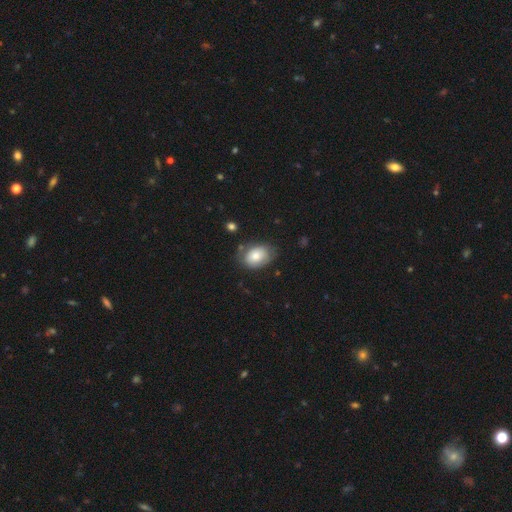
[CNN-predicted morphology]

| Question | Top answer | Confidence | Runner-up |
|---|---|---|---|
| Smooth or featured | smooth | 76% | featured or disk (17%) |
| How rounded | in between | 75% | round (24%) |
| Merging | none | 67% | minor disturbance (23%) |